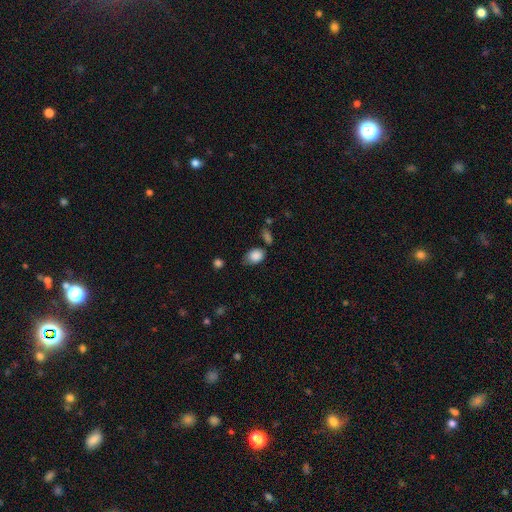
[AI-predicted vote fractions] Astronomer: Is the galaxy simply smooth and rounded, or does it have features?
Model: smooth — 86%.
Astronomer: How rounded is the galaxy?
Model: in between — 77%.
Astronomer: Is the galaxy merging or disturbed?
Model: none — 55% (runner-up: minor disturbance, 32%).